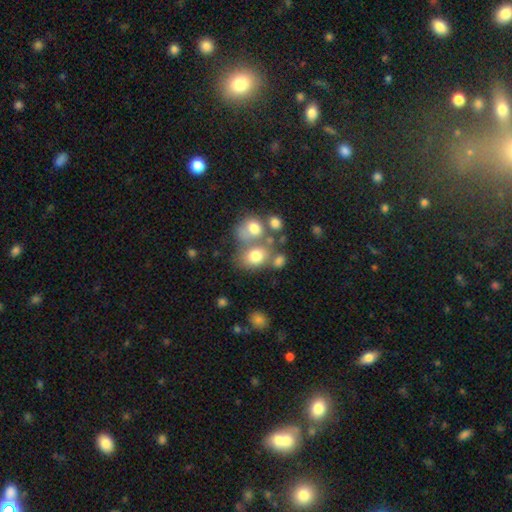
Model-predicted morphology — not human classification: A smooth galaxy with no disk features (73%) that is in between round and cigar-shaped (50%).

Vote fractions:
- Smooth or featured? smooth: 73% / featured or disk: 15% / star or artifact: 12%
- How rounded? in between: 50% / round: 48% / cigar-shaped: 1%
- Merging? none: 40% / merger: 39% / minor disturbance: 13% / major disturbance: 8%